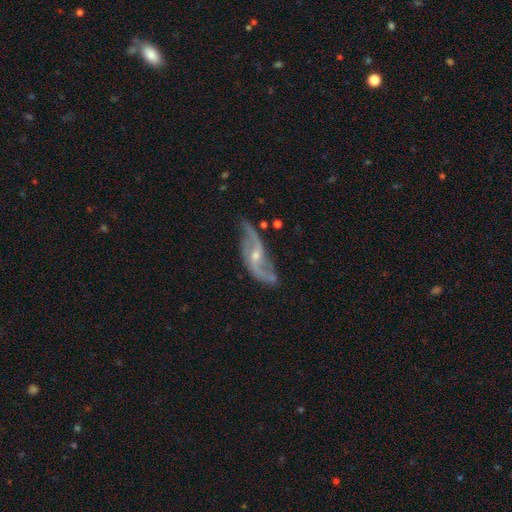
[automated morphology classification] This is clearly a featured or disk galaxy (89%). It is clearly not viewed edge-on (93%). Bar: marginally weak (42%, tied with no). Spiral arm pattern: clearly yes (96%). Spiral arm count: clearly 2 (90%). Spiral winding: likely loose (76%). Central bulge: possibly small (60%). Merging: likely none (67%).